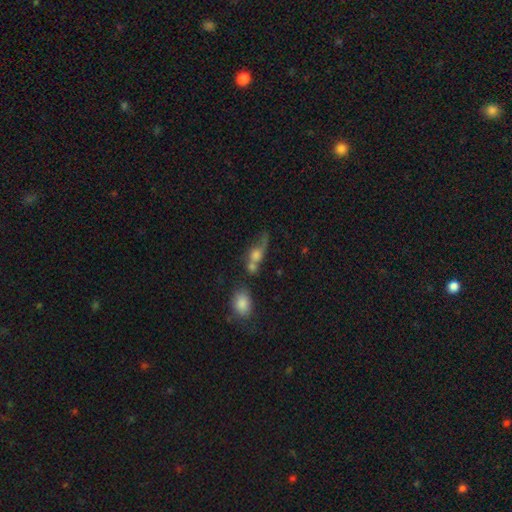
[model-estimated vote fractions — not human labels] smooth_or_featured: featured or disk (p=0.41) [tied with: smooth p=0.41]
merging: none (p=0.36) [alt: merger p=0.33]